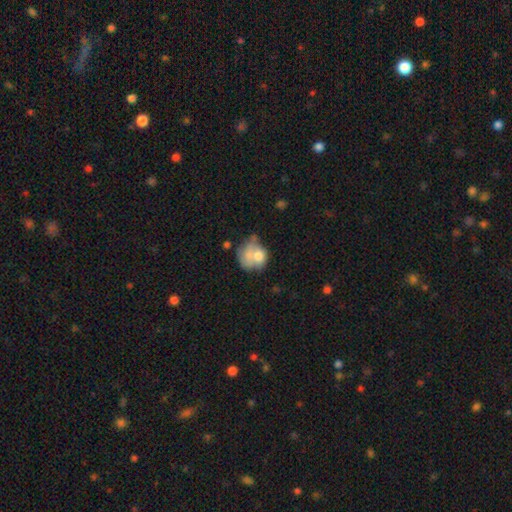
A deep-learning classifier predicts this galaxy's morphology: smooth 63%, featured or disk 30%, star or artifact 8%. Down the decision tree: how rounded — round (67%); merging — merger (30%).